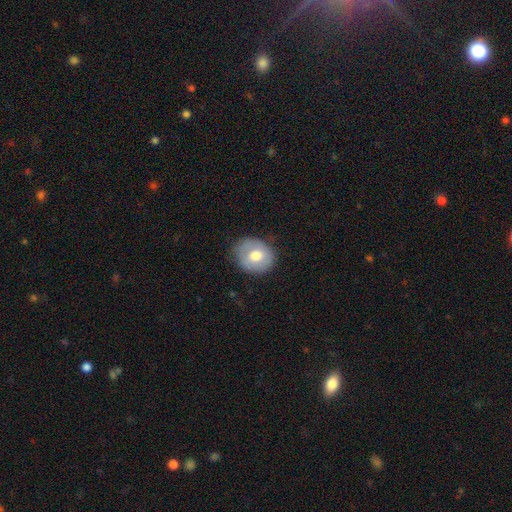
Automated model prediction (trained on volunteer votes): smooth-or-featured: smooth: 65% | featured or disk: 28% | star or artifact: 7%
  how-rounded: round: 65% | in between: 34% | cigar-shaped: 1%
  merging: none: 74% | minor disturbance: 19% | major disturbance: 5% | merger: 1%